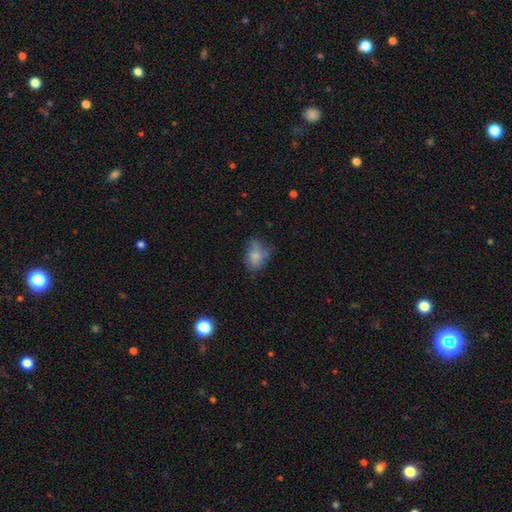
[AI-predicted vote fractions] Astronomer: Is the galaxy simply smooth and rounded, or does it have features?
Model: smooth — 70%.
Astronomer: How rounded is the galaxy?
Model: in between — 78%.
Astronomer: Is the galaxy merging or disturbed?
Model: none — 47% (runner-up: minor disturbance, 32%).